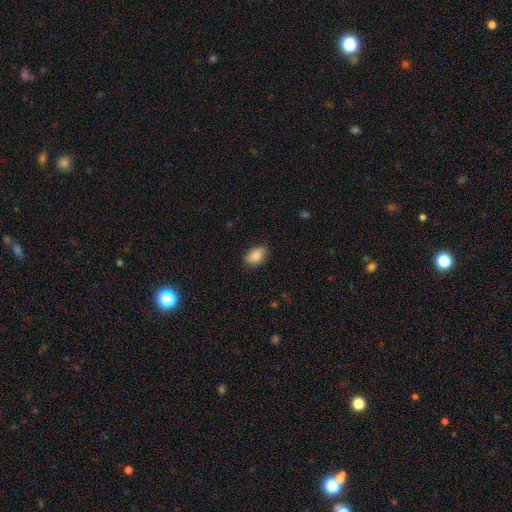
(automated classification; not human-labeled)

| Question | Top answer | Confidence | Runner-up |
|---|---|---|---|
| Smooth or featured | smooth | 86% | star or artifact (8%) |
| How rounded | in between | 86% | round (12%) |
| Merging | none | 78% | minor disturbance (18%) |